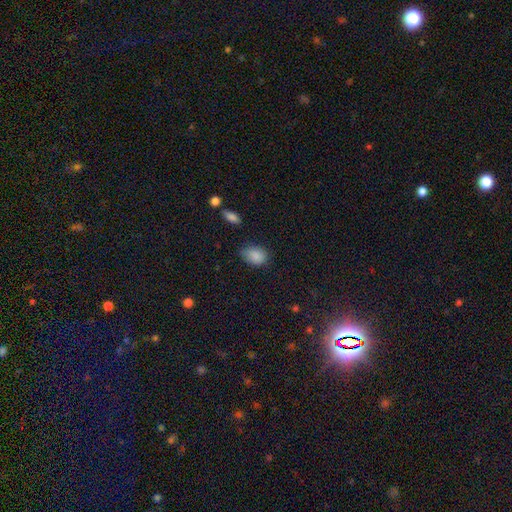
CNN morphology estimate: The model was most divided on "merging": none: 61%, minor disturbance: 31%, major disturbance: 6%, merger: 2%. More confident: smooth or featured — smooth (86%); how rounded — in between (74%).